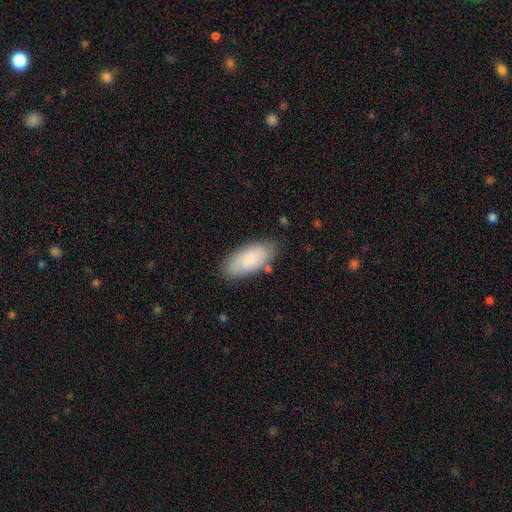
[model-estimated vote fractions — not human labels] Morphology: type=smooth (76%); roundness=in between (92%); merging=none (76%).